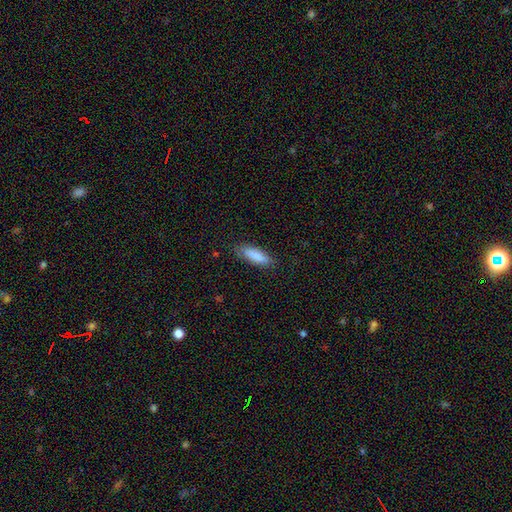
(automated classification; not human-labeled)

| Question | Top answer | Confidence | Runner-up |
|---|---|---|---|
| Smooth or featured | smooth | 87% | featured or disk (7%) |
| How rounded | in between | 51% | cigar-shaped (47%) |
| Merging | none | 82% | minor disturbance (14%) |